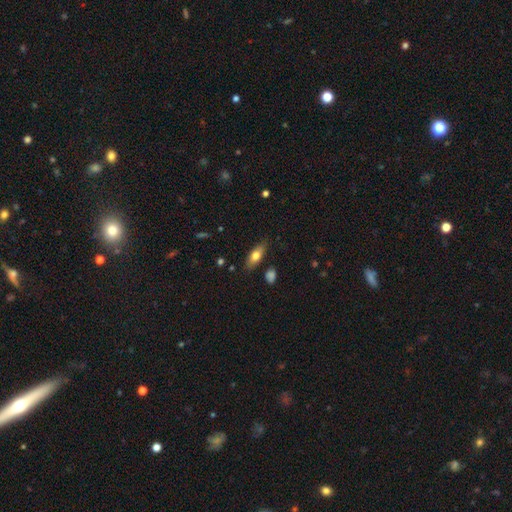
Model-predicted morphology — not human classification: smooth 69%, featured or disk 24%, star or artifact 7%. Down the decision tree: how rounded — in between (74%); merging — none (80%).